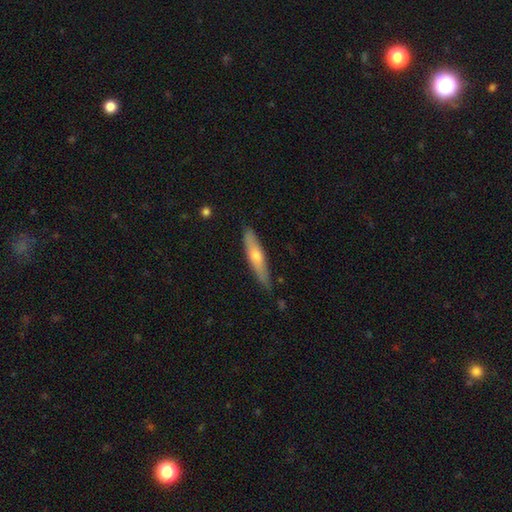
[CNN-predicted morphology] Smooth or featured? smooth (48%)
Merging? none (80%)